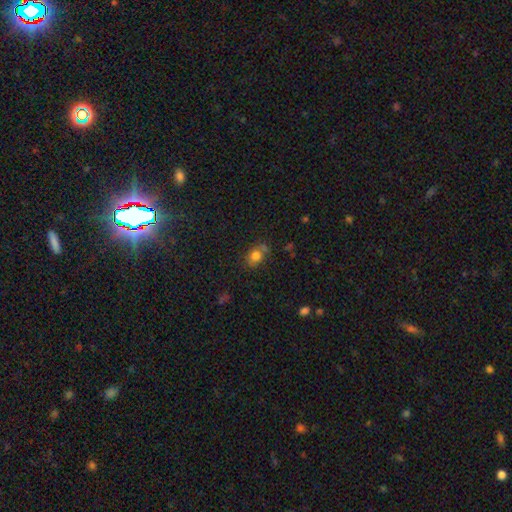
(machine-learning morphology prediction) This appears to be a smooth galaxy with no disk features (77%) that is round (52%). Merging: none (60%).